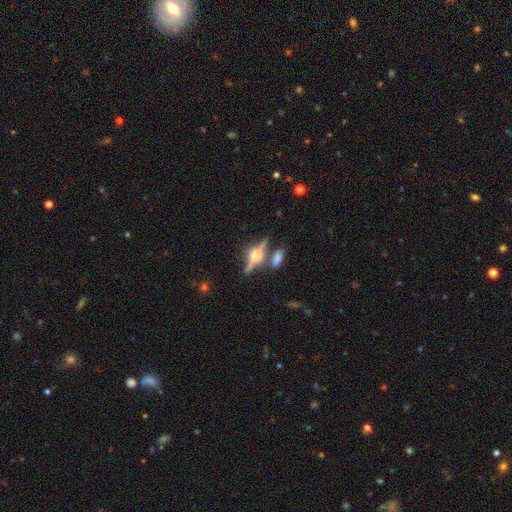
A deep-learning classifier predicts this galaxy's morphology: Smooth or featured?
  - featured or disk: 70% *
  - smooth: 19%
  - star or artifact: 11%
Edge-on disk?
  - yes: 93% *
  - no: 7%
Edge-on bulge?
  - rounded: 87% *
  - boxy: 10%
  - none: 3%
Merging?
  - none: 65% *
  - merger: 16%
  - minor disturbance: 13%
  - major disturbance: 6%